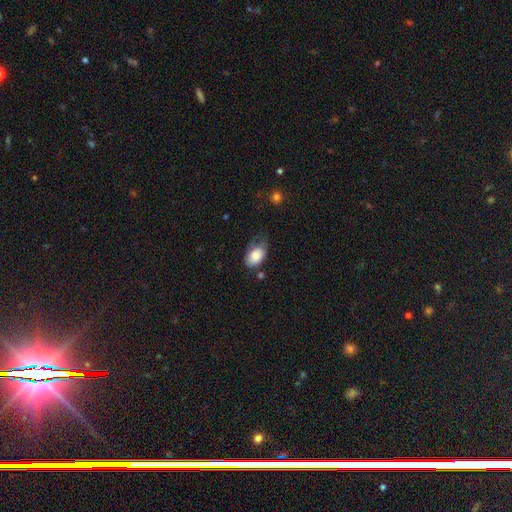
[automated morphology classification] A smooth galaxy with no disk features (82%) that is in between round and cigar-shaped (88%).

Vote fractions:
- Smooth or featured? smooth: 82% / featured or disk: 11% / star or artifact: 7%
- How rounded? in between: 88% / round: 10% / cigar-shaped: 1%
- Merging? none: 41% / minor disturbance: 39% / major disturbance: 15% / merger: 5%